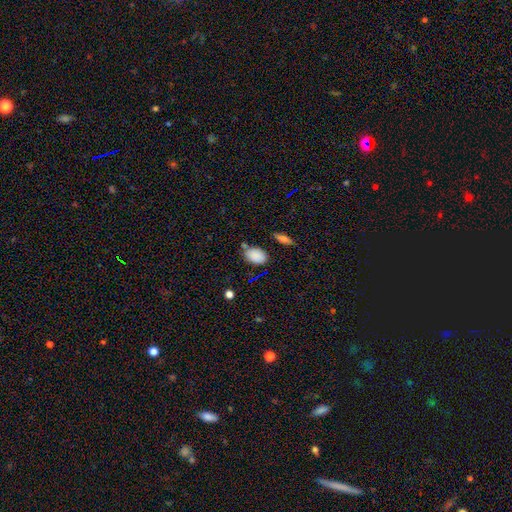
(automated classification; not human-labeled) The model was most divided on "merging": none: 69%, minor disturbance: 18%, merger: 9%, major disturbance: 4%. More confident: how rounded — in between (85%); smooth or featured — smooth (85%).